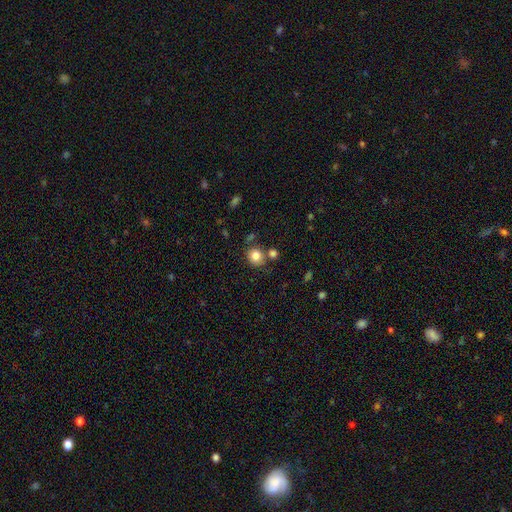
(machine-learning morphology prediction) Smooth or featured?
  - smooth: 82% *
  - star or artifact: 11%
  - featured or disk: 7%
How rounded?
  - round: 80% *
  - in between: 19%
  - cigar-shaped: 1%
Merging?
  - none: 72% *
  - merger: 13%
  - minor disturbance: 11%
  - major disturbance: 4%